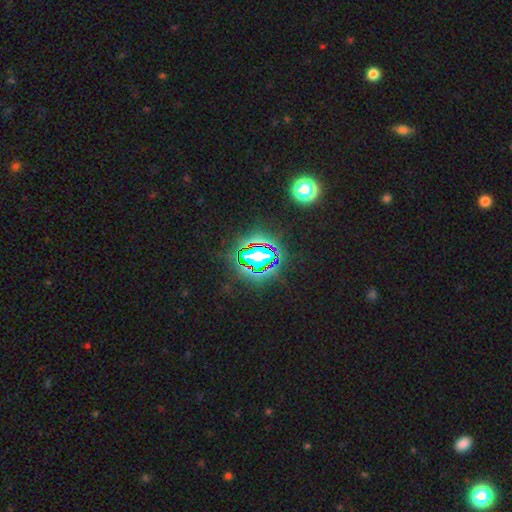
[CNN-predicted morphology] This appears to be a star or artifact, not a galaxy (81%).